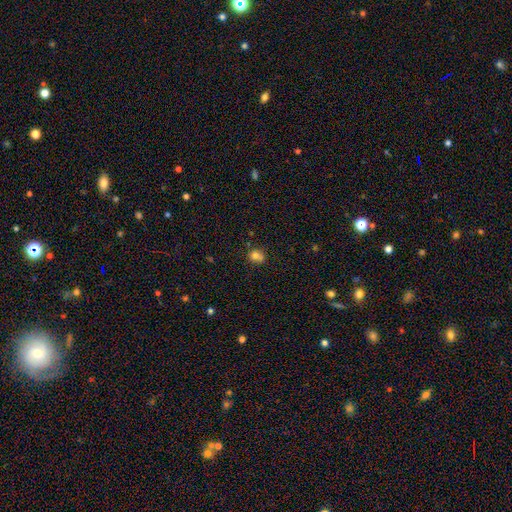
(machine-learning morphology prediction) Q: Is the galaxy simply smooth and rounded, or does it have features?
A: smooth — 76%.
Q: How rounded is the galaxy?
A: round — 74%.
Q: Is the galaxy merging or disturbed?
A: none — 58%.